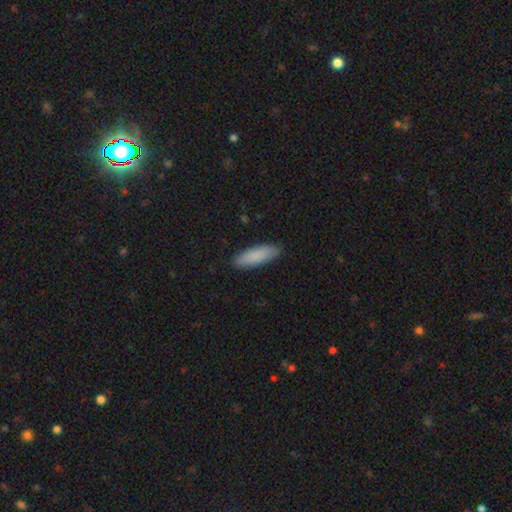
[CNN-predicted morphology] smooth_or_featured: smooth (p=0.88) [alt: featured or disk p=0.06]
how_rounded: cigar-shaped (p=0.50) [alt: in between p=0.49]
merging: none (p=0.89) [alt: minor disturbance p=0.09]